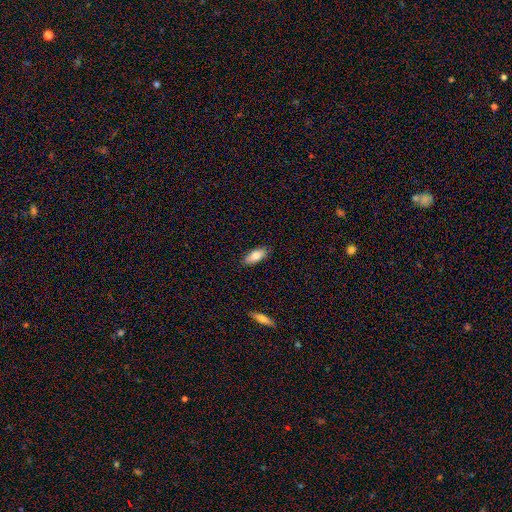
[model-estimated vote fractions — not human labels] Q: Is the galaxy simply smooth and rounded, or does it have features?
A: smooth — 80%.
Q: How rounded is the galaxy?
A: in between — 84%.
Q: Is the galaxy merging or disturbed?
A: none — 86%.